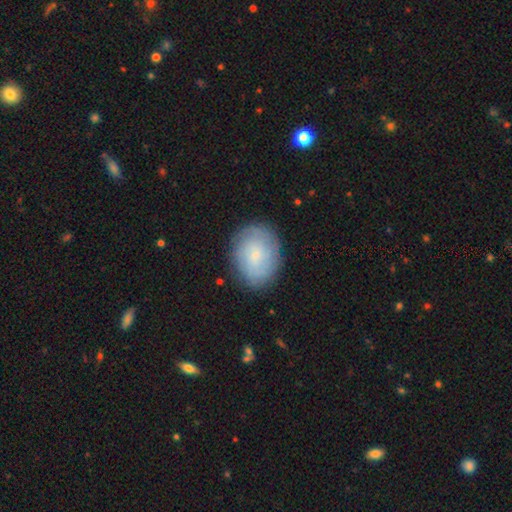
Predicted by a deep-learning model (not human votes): Smooth or featured?
  - smooth: 46% *
  - featured or disk: 45%
  - star or artifact: 9%
Merging?
  - none: 82% *
  - minor disturbance: 13%
  - major disturbance: 4%
  - merger: 1%